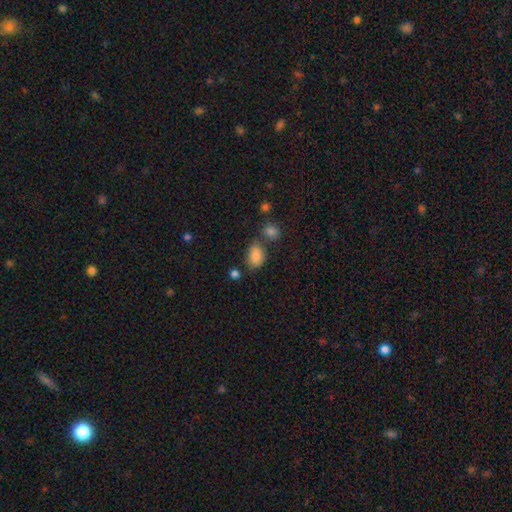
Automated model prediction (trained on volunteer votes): Smooth or featured? smooth (85%)
How rounded? in between (82%)
Merging? none (57%)